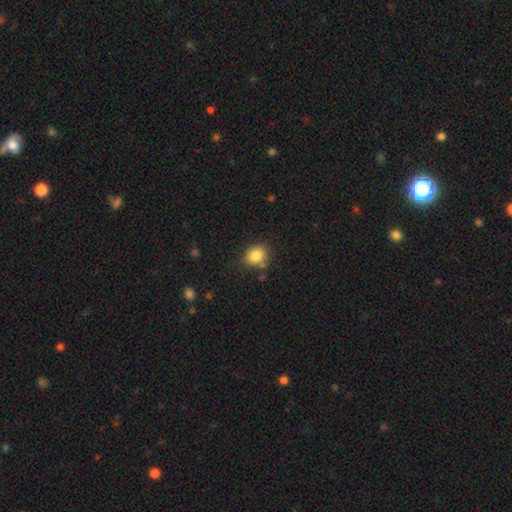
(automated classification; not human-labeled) This appears to be a smooth galaxy with no disk features (85%) that is round (53%). Merging: none (75%).